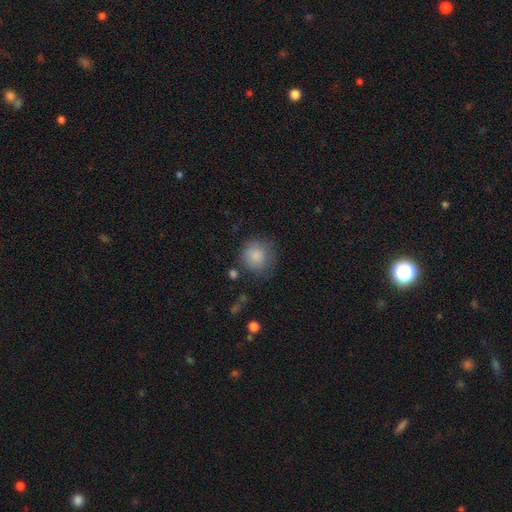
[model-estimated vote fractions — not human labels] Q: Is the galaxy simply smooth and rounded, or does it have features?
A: smooth — 84%.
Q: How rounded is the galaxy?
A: round — 88%.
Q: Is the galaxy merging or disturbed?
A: none — 70%.